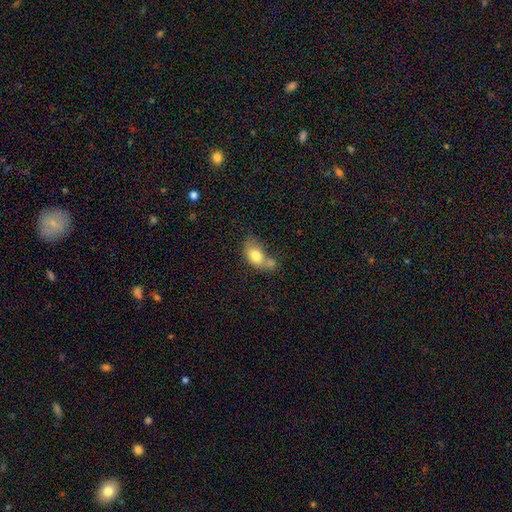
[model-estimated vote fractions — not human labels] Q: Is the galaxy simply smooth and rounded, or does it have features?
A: smooth — 76%.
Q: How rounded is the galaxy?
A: in between — 84%.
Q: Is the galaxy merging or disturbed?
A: merger — 49%.